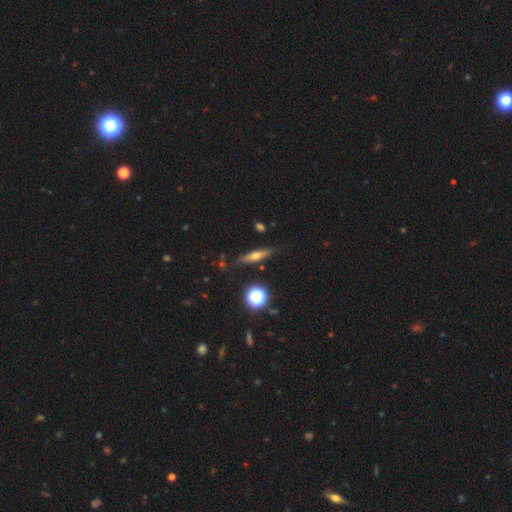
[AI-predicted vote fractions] The model was most divided on "smooth or featured": smooth: 45%, featured or disk: 44%, star or artifact: 11%. More confident: merging — none (83%).